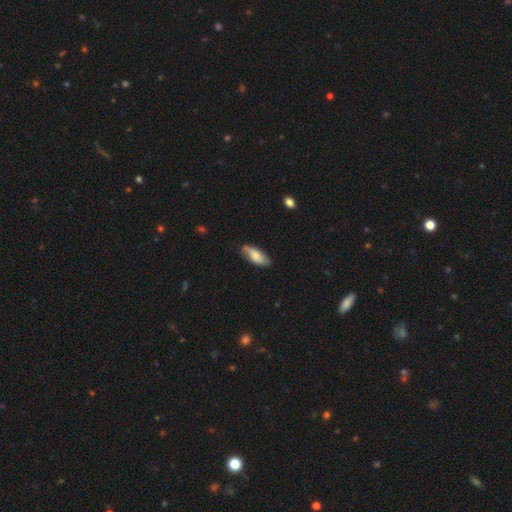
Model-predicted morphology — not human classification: Smooth or featured? Predicted: smooth (p=0.69). How rounded? Predicted: in between (p=0.79). Merging? Predicted: none (p=0.72).